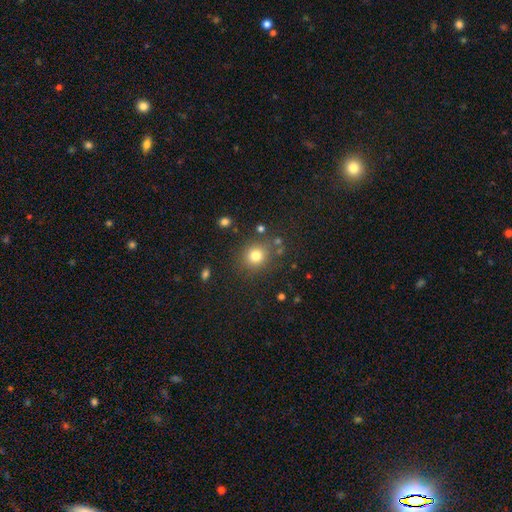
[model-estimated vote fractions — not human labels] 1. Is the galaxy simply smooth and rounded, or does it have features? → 78% smooth, 15% star or artifact, 7% featured or disk.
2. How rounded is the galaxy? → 85% round, 14% in between, 1% cigar-shaped.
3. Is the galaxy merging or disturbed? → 82% none, 10% minor disturbance, 4% merger, 4% major disturbance.